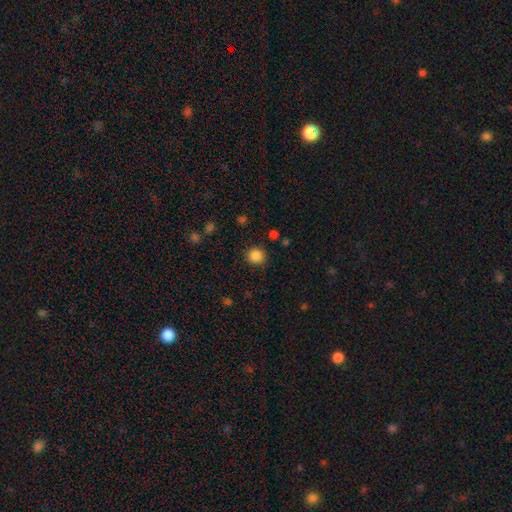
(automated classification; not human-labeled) smooth_or_featured: smooth (p=0.86) [alt: star or artifact p=0.11]
how_rounded: round (p=0.91) [alt: in between p=0.08]
merging: none (p=0.88) [alt: minor disturbance p=0.07]